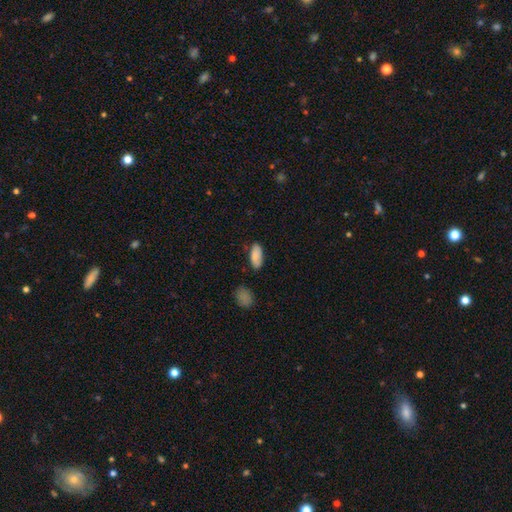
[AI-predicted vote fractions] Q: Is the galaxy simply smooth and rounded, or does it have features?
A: smooth — 84%.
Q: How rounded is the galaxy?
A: in between — 89%.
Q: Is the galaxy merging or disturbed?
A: none — 79%.